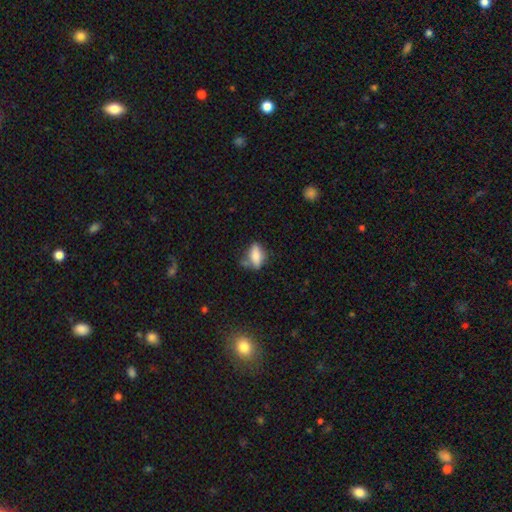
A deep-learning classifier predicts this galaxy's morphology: smooth-or-featured: smooth: 72% | featured or disk: 19% | star or artifact: 9%
  how-rounded: in between: 77% | cigar-shaped: 16% | round: 6%
  merging: none: 55% | minor disturbance: 27% | major disturbance: 11% | merger: 7%